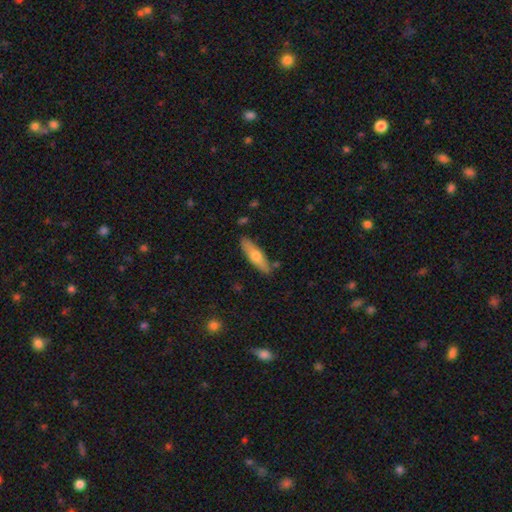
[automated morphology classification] The model was most divided on "smooth or featured": smooth: 58%, featured or disk: 36%, star or artifact: 6%. More confident: merging — none (83%); how rounded — cigar-shaped (63%).